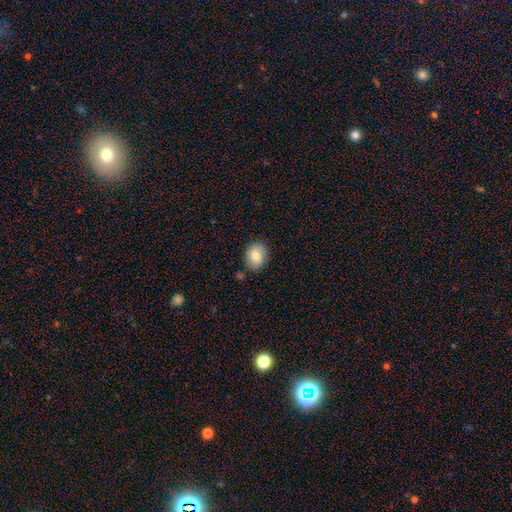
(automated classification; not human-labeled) smooth_or_featured: smooth (p=0.80) [alt: featured or disk p=0.12]
how_rounded: round (p=0.55) [alt: in between p=0.44]
merging: none (p=0.83) [alt: minor disturbance p=0.12]